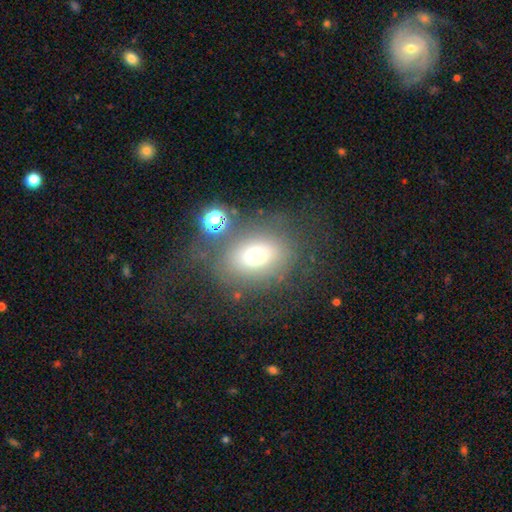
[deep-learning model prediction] This is likely a smooth galaxy (66%). How rounded: possibly in between (50%). Merging: likely none (68%).